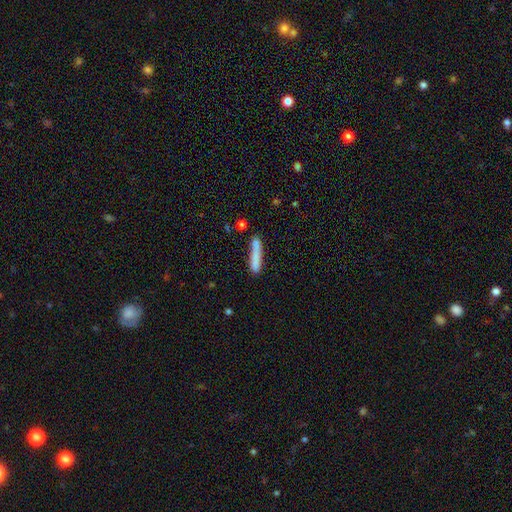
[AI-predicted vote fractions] smooth_or_featured: smooth (p=0.78) [alt: featured or disk p=0.15]
how_rounded: cigar-shaped (p=0.93) [alt: in between p=0.05]
merging: none (p=0.75) [alt: minor disturbance p=0.15]